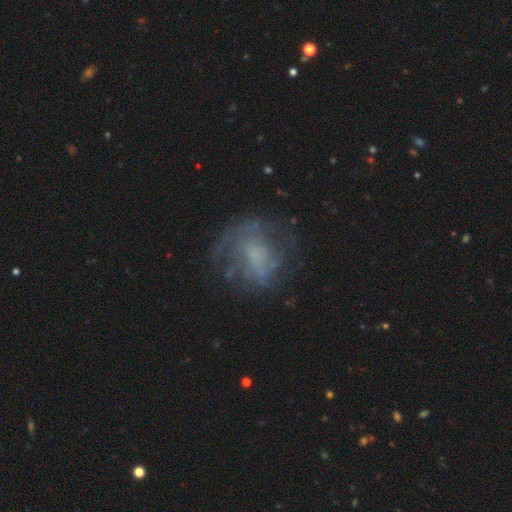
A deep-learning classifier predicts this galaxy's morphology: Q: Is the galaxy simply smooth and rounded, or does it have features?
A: featured or disk — 61%.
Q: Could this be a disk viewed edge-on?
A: no — 97%.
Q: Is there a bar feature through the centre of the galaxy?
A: no — 71%.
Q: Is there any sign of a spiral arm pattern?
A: yes — 64%.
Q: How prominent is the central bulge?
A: none — 44%.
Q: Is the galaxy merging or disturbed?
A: none — 61%.